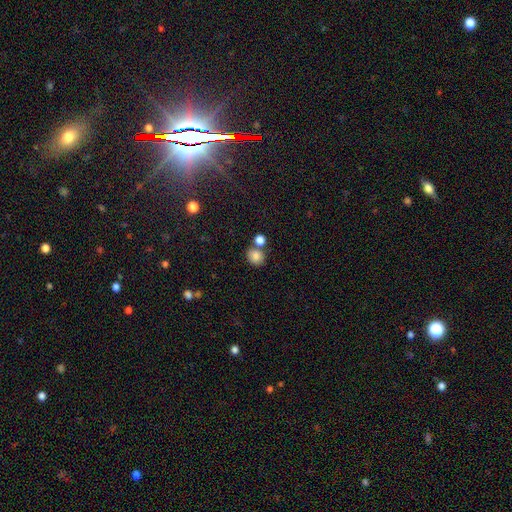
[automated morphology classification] Smooth or featured? Predicted: smooth (p=0.83). How rounded? Predicted: round (p=0.77). Merging? Predicted: none (p=0.63).